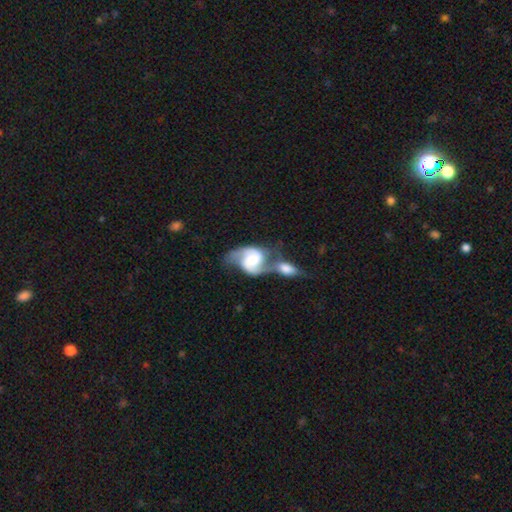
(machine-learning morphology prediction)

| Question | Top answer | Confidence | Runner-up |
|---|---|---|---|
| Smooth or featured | featured or disk | 85% | smooth (10%) |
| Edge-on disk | no | 97% | yes (3%) |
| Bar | no | 42% | weak (41%) |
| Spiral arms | yes | 96% | no (4%) |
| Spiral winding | medium | 49% | loose (35%) |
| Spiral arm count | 2 | 92% | can't tell (3%) |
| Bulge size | moderate | 29% | small (26%) |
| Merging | merger | 65% | none (18%) |